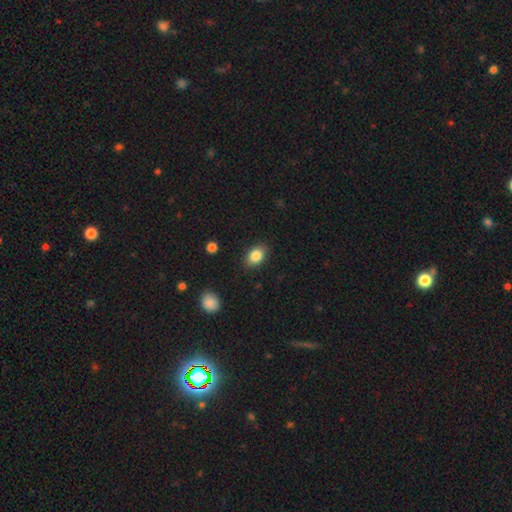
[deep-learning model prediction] Smooth or featured?
  - smooth: 85% *
  - star or artifact: 8%
  - featured or disk: 7%
How rounded?
  - in between: 81% *
  - round: 17%
  - cigar-shaped: 1%
Merging?
  - none: 86% *
  - minor disturbance: 11%
  - major disturbance: 3%
  - merger: 1%